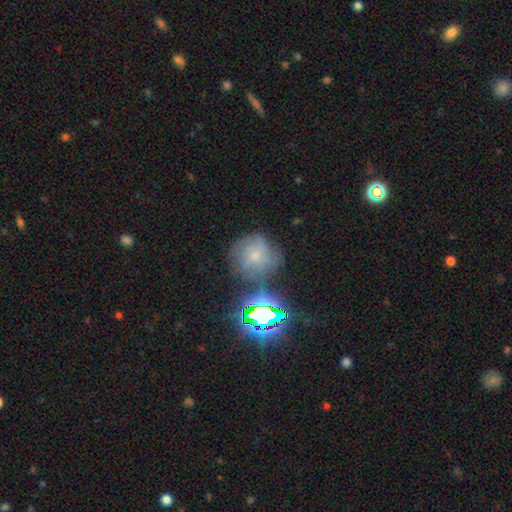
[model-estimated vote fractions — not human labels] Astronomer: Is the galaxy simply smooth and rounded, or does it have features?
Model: smooth — 38% (runner-up: featured or disk, 35%).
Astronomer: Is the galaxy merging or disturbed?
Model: none — 62%.